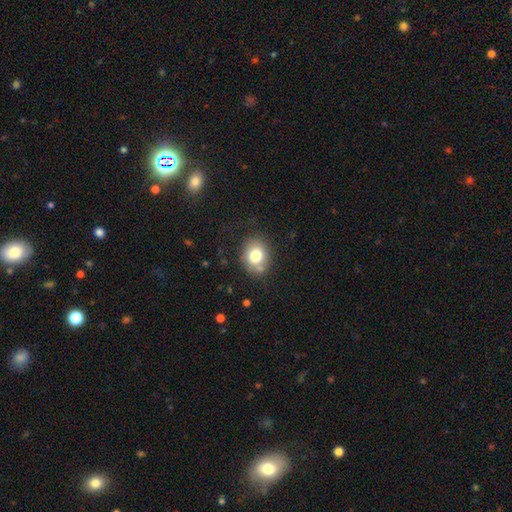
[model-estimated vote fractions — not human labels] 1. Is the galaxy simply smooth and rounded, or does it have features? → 78% smooth, 12% featured or disk, 10% star or artifact.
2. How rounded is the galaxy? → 55% round, 44% in between, 1% cigar-shaped.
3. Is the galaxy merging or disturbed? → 73% none, 16% minor disturbance, 6% merger, 5% major disturbance.